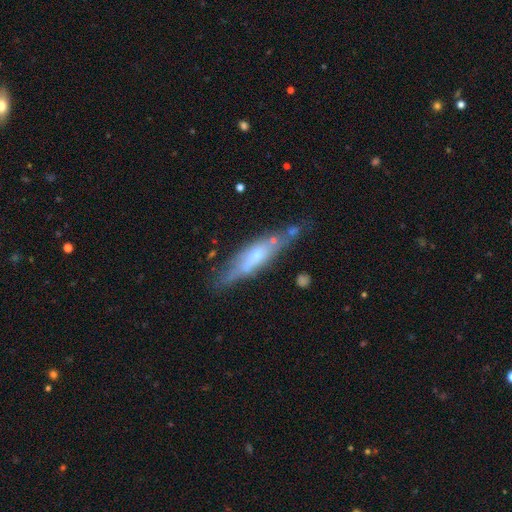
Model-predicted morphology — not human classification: smooth-or-featured: featured or disk: 59% | smooth: 33% | star or artifact: 7%
  disk-edge-on: yes: 70% | no: 30%
  merging: none: 62% | minor disturbance: 23% | major disturbance: 8% | merger: 7%